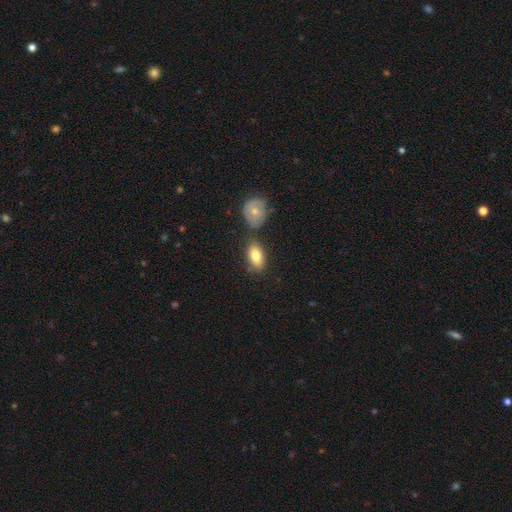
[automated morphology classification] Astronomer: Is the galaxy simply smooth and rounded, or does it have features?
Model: smooth — 78%.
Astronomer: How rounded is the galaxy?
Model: in between — 89%.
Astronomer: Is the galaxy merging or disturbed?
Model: none — 64%.